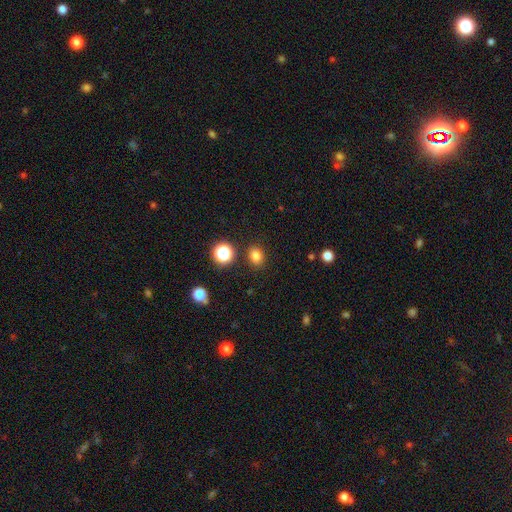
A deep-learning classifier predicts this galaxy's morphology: smooth_or_featured: smooth (p=0.79) [alt: star or artifact p=0.15]
how_rounded: round (p=0.58) [alt: in between p=0.41]
merging: none (p=0.87) [alt: minor disturbance p=0.08]